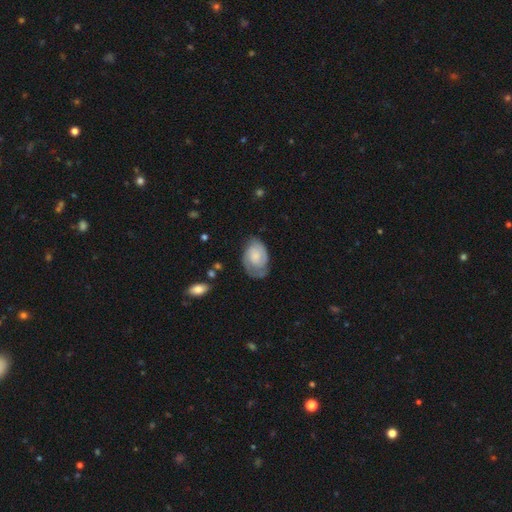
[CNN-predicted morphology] This appears to be a featured or disk galaxy (57%) with no bar (70%), spiral arms (84%) and a small central bulge (40%). Merging: none (57%).